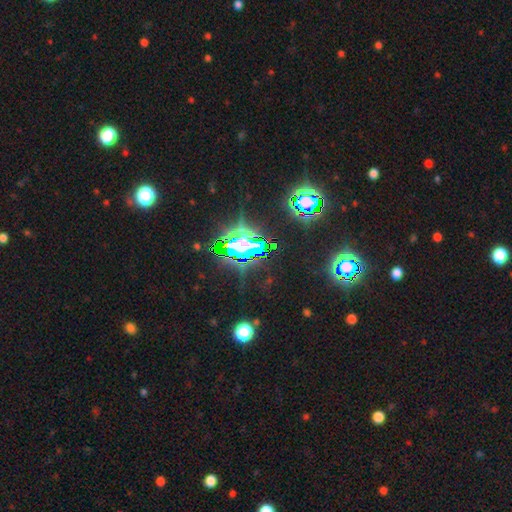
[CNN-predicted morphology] A star or artifact, not a galaxy (84%).